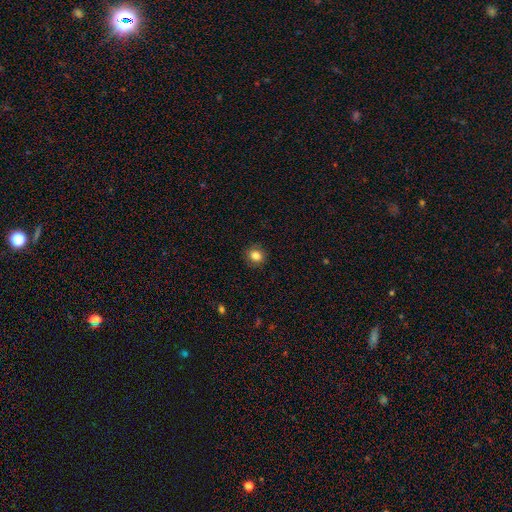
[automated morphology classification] A smooth galaxy with no disk features (84%) that is round (77%).

Vote fractions:
- Smooth or featured? smooth: 84% / star or artifact: 11% / featured or disk: 5%
- How rounded? round: 77% / in between: 22% / cigar-shaped: 1%
- Merging? none: 89% / minor disturbance: 8% / major disturbance: 2% / merger: 1%